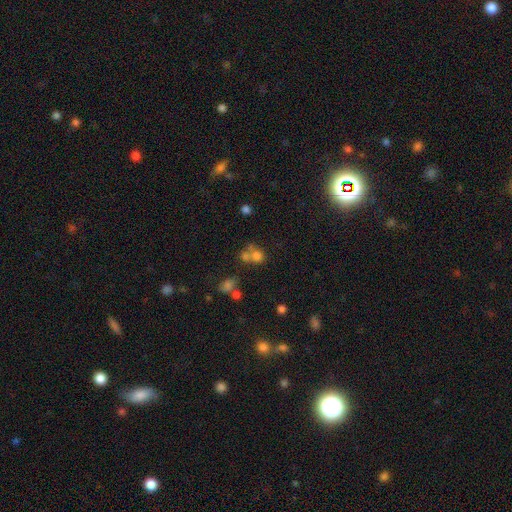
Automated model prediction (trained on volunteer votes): This is likely a smooth galaxy (70%). How rounded: likely round (68%). Merging: possibly merger (49%).